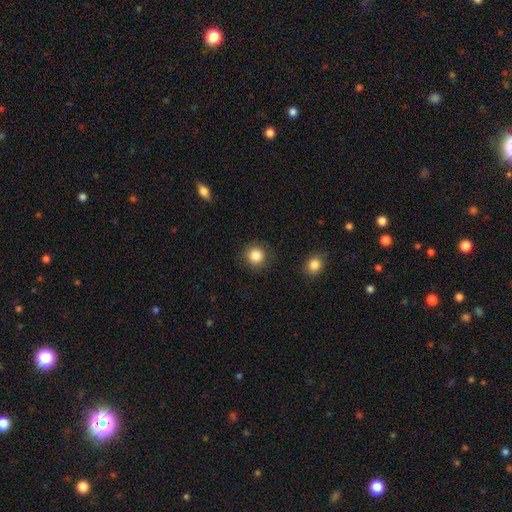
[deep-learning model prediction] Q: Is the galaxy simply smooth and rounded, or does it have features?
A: smooth — 85%.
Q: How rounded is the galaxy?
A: round — 92%.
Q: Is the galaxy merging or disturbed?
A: none — 87%.